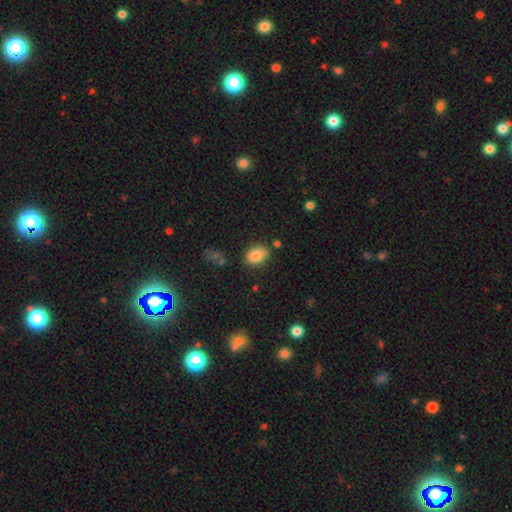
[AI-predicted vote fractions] The model was most divided on "merging": none: 79%, minor disturbance: 14%, merger: 4%, major disturbance: 3%. More confident: smooth or featured — smooth (83%); how rounded — in between (82%).